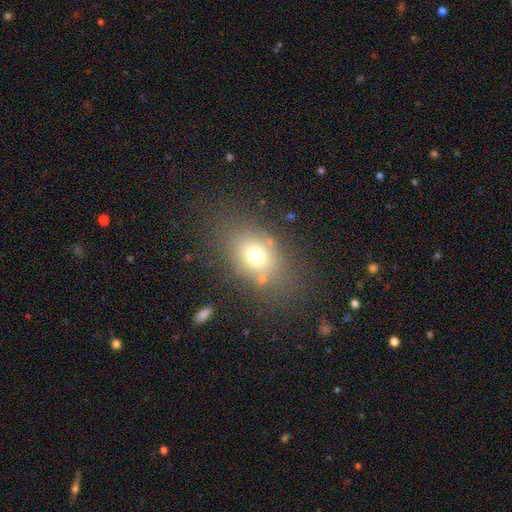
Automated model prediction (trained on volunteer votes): The model was most divided on "how rounded": in between: 65%, round: 33%, cigar-shaped: 1%. More confident: merging — none (69%); smooth or featured — smooth (69%).